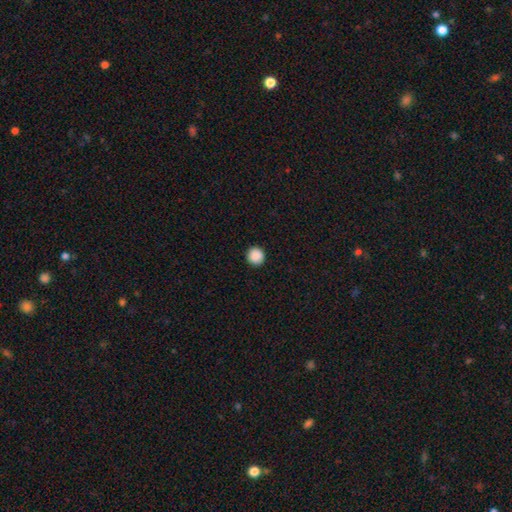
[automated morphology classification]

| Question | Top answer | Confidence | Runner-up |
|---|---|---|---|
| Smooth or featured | smooth | 89% | star or artifact (9%) |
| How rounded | round | 95% | in between (4%) |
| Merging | none | 93% | minor disturbance (5%) |